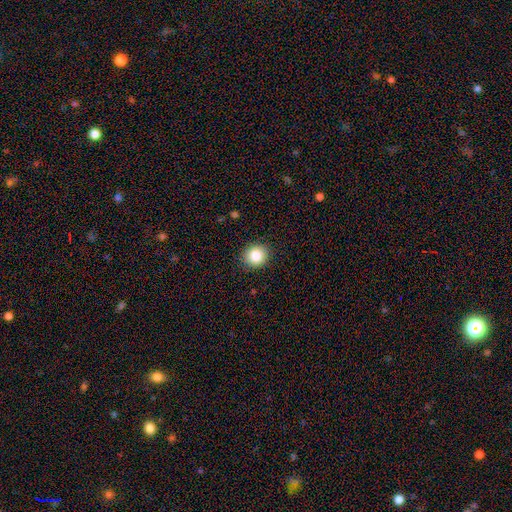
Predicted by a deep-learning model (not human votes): Q: Smooth or featured?
A: smooth (85%); runner-up: star or artifact (10%)
Q: How rounded?
A: round (82%); runner-up: in between (17%)
Q: Merging?
A: none (90%); runner-up: minor disturbance (7%)